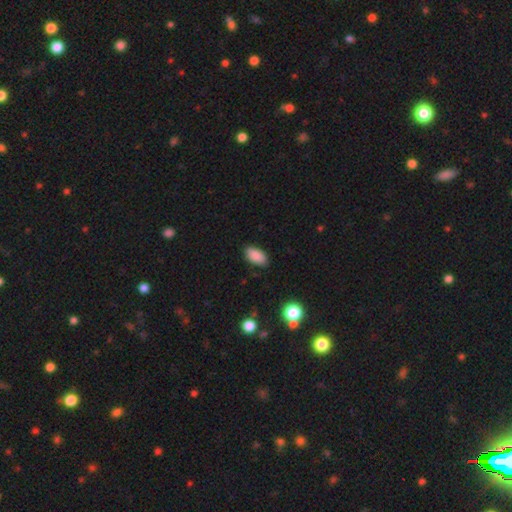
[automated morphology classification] A smooth galaxy with no disk features (89%) that is in between round and cigar-shaped (93%).

Vote fractions:
- Smooth or featured? smooth: 89% / star or artifact: 8% / featured or disk: 4%
- How rounded? in between: 93% / cigar-shaped: 3% / round: 3%
- Merging? none: 85% / minor disturbance: 12% / major disturbance: 2% / merger: 1%